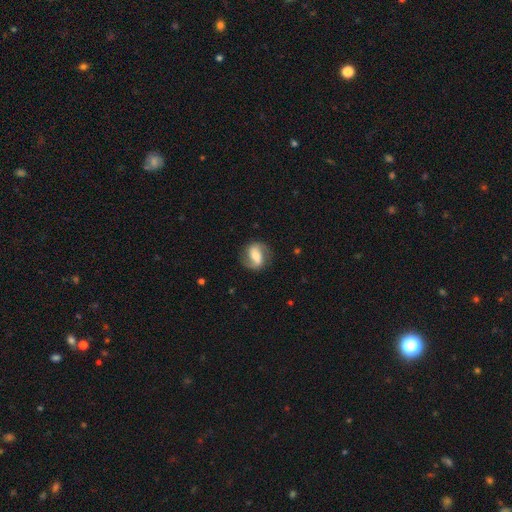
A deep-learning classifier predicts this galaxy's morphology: This is likely a featured or disk galaxy (67%). It is clearly not viewed edge-on (96%). Bar: marginally strong (41%). Spiral arm pattern: clearly yes (89%). Spiral arm count: clearly 2 (89%). Spiral winding: marginally medium (45%). Central bulge: marginally moderate (40%). Merging: likely none (78%).